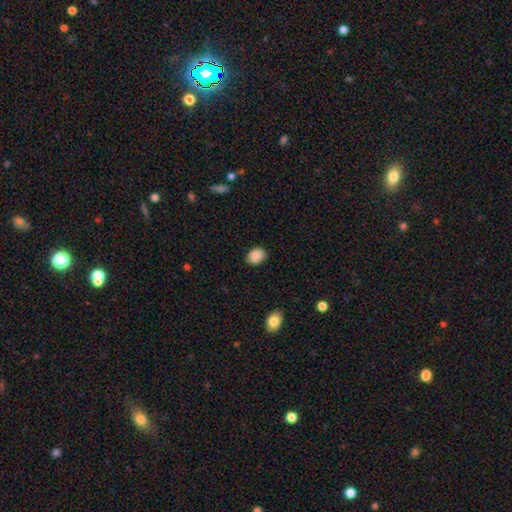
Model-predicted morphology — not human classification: Smooth or featured? Predicted: smooth (p=0.89). How rounded? Predicted: in between (p=0.61). Merging? Predicted: none (p=0.86).